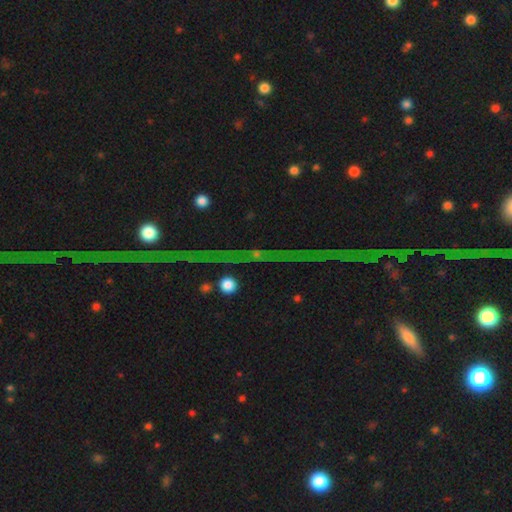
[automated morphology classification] Smooth or featured? Predicted: star or artifact (p=0.78).